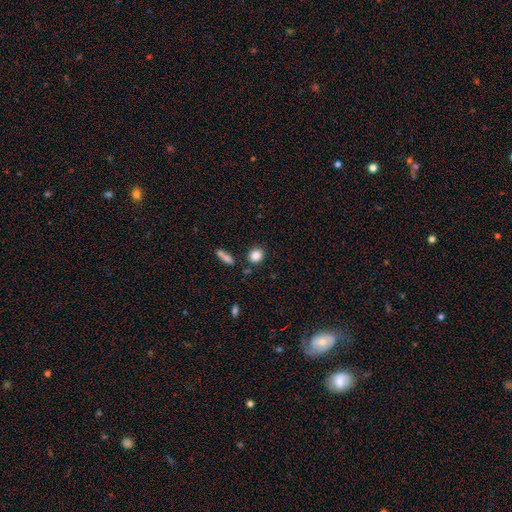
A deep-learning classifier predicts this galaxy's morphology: A smooth galaxy with no disk features (86%) that is round (74%).

Vote fractions:
- Smooth or featured? smooth: 86% / star or artifact: 9% / featured or disk: 5%
- How rounded? round: 74% / in between: 24% / cigar-shaped: 2%
- Merging? none: 79% / minor disturbance: 10% / merger: 7% / major disturbance: 3%